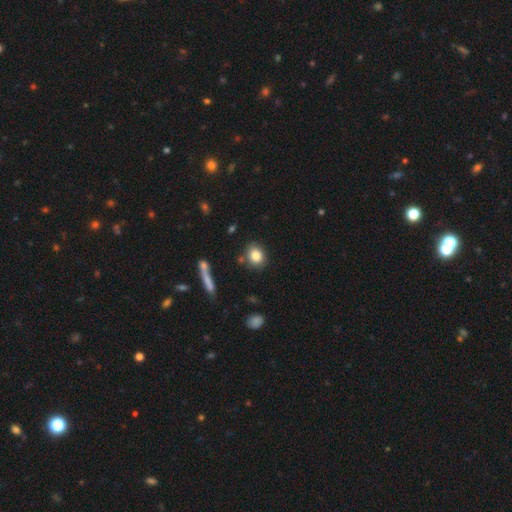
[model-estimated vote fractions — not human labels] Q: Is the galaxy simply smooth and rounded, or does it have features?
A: smooth — 83%.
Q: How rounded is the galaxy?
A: round — 60%.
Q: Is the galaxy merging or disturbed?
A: none — 81%.